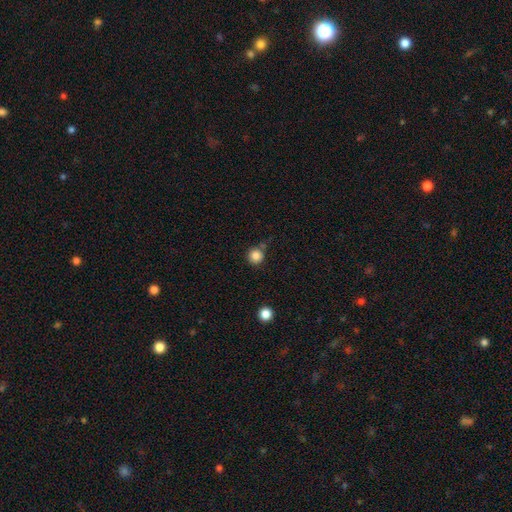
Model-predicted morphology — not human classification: smooth_or_featured: smooth (p=0.84) [alt: star or artifact p=0.11]
how_rounded: round (p=0.95) [alt: in between p=0.04]
merging: none (p=0.77) [alt: minor disturbance p=0.11]